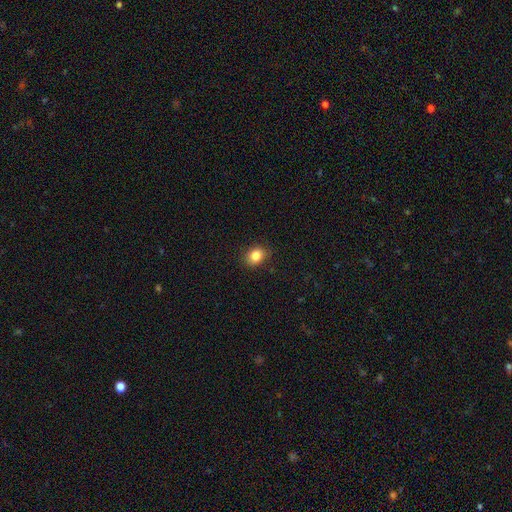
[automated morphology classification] Q: Smooth or featured?
A: smooth (85%); runner-up: star or artifact (10%)
Q: How rounded?
A: in between (54%); runner-up: round (45%)
Q: Merging?
A: none (85%); runner-up: minor disturbance (12%)